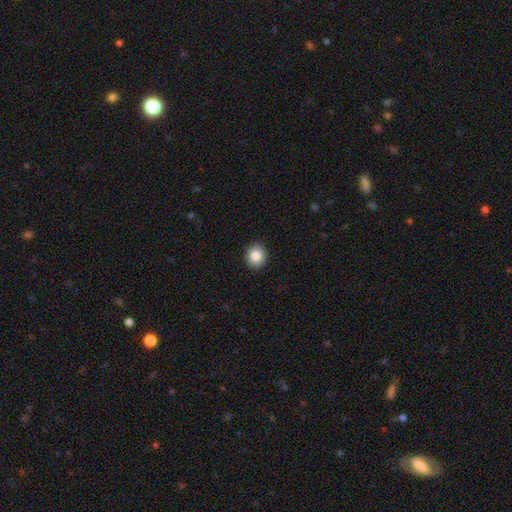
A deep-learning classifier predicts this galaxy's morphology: Smooth or featured?
  - smooth: 86% *
  - star or artifact: 9%
  - featured or disk: 6%
How rounded?
  - round: 79% *
  - in between: 20%
  - cigar-shaped: 1%
Merging?
  - none: 92% *
  - minor disturbance: 6%
  - major disturbance: 2%
  - merger: 1%